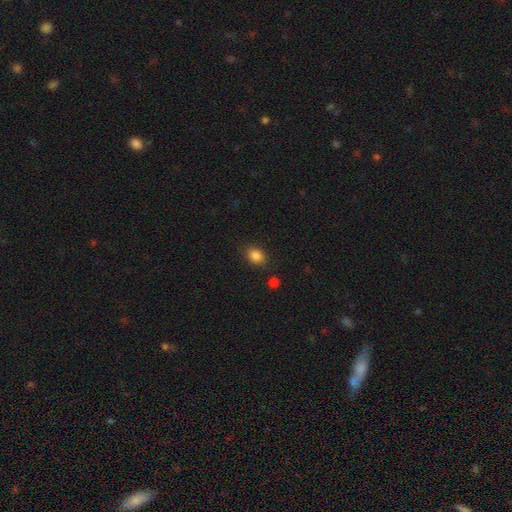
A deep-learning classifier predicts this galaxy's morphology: smooth 85%, star or artifact 10%, featured or disk 5%. Down the decision tree: how rounded — in between (63%); merging — none (84%).